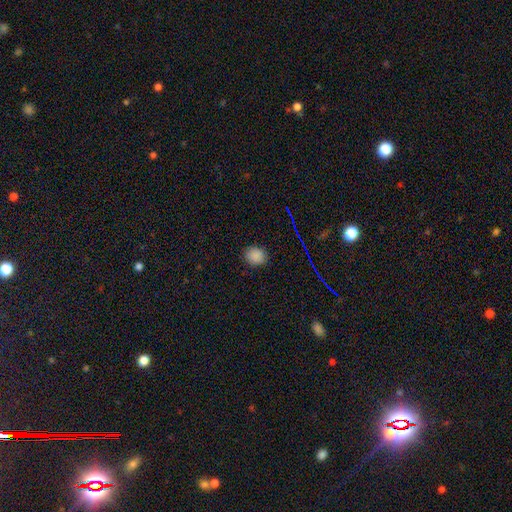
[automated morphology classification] Smooth or featured?
  - smooth: 84% *
  - star or artifact: 13%
  - featured or disk: 3%
How rounded?
  - round: 66% *
  - in between: 33%
  - cigar-shaped: 1%
Merging?
  - none: 87% *
  - minor disturbance: 9%
  - major disturbance: 2%
  - merger: 1%